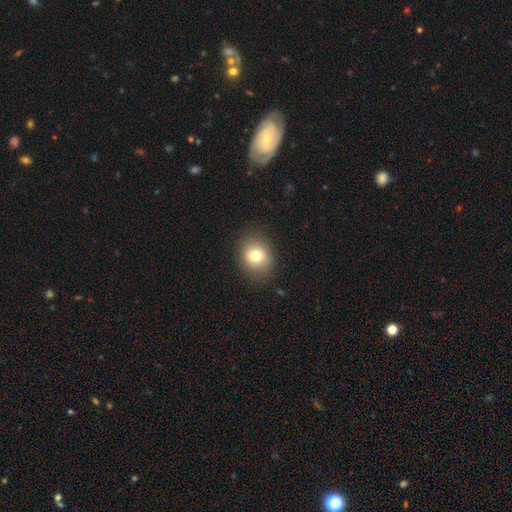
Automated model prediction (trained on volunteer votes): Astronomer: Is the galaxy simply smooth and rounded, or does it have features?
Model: smooth — 76%.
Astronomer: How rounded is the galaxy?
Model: round — 75%.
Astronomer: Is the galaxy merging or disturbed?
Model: none — 86%.